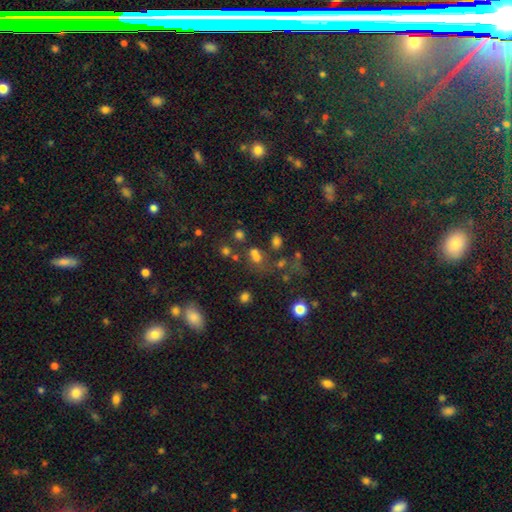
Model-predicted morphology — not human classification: Smooth or featured: smooth — 58% (star or artifact — 28%)
How rounded: round — 59% (in between — 39%)
Merging: none — 47% (merger — 33%)